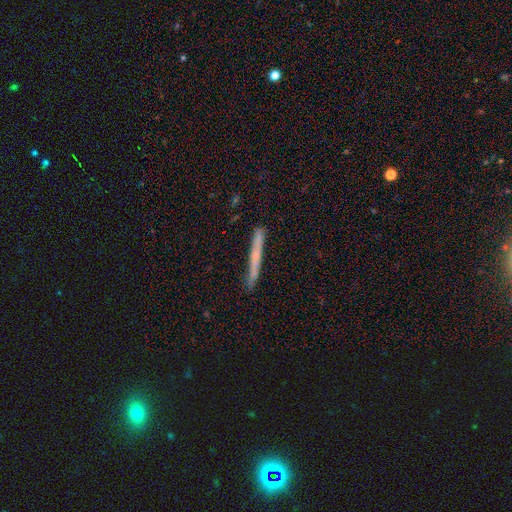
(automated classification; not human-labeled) Smooth or featured?
  - smooth: 54% *
  - featured or disk: 39%
  - star or artifact: 7%
How rounded?
  - cigar-shaped: 97% *
  - in between: 2%
  - round: 1%
Merging?
  - none: 87% *
  - minor disturbance: 10%
  - major disturbance: 2%
  - merger: 1%